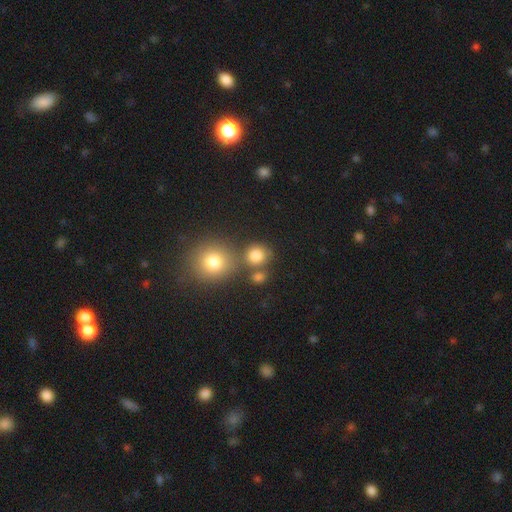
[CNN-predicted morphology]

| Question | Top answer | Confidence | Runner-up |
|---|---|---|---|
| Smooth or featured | smooth | 80% | star or artifact (13%) |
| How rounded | round | 87% | in between (12%) |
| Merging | none | 66% | merger (21%) |